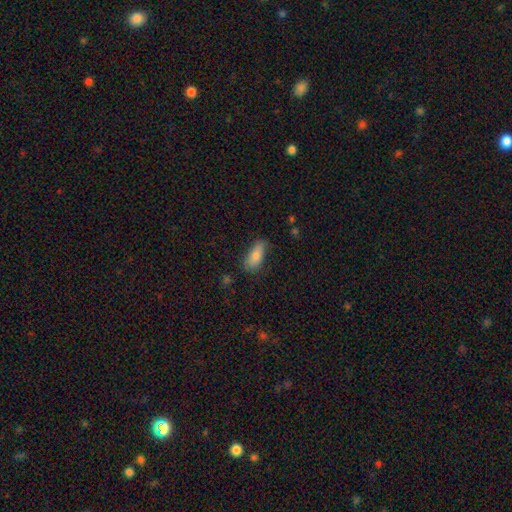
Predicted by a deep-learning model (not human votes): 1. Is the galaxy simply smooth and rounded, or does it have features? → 78% smooth, 14% featured or disk, 7% star or artifact.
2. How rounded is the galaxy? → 80% in between, 17% cigar-shaped, 3% round.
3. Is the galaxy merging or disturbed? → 71% none, 22% minor disturbance, 5% major disturbance, 2% merger.